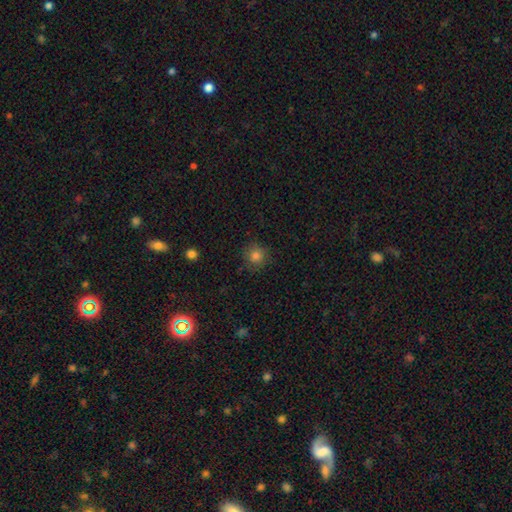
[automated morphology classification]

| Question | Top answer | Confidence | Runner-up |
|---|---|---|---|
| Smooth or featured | smooth | 81% | star or artifact (13%) |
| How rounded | round | 93% | in between (6%) |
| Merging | none | 86% | minor disturbance (10%) |